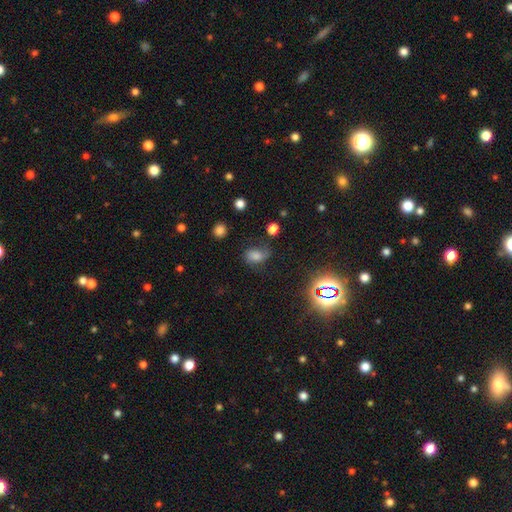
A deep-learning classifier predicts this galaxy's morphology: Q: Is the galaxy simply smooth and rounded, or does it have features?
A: smooth — 54%.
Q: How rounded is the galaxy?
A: in between — 71%.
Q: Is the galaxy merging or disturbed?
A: none — 56%.